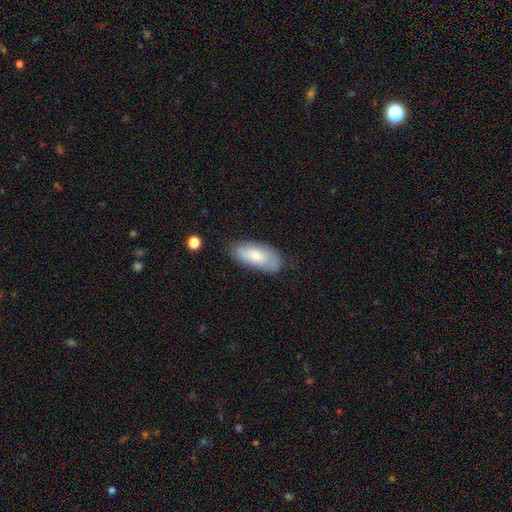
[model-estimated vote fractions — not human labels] This is likely a smooth galaxy (72%). How rounded: clearly in between (88%). Merging: likely none (72%).